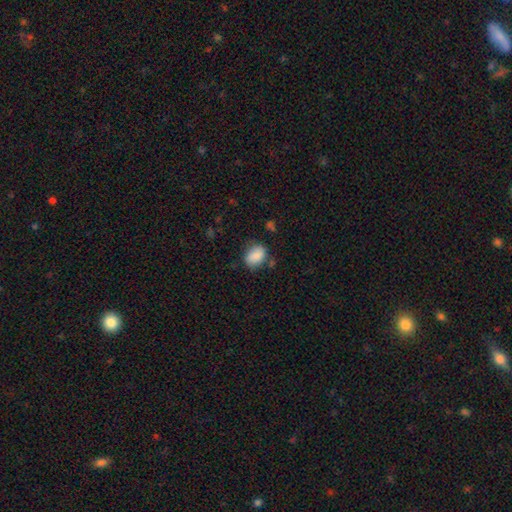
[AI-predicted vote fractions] smooth_or_featured: smooth (p=0.84) [alt: featured or disk p=0.08]
how_rounded: in between (p=0.64) [alt: round p=0.35]
merging: none (p=0.70) [alt: minor disturbance p=0.20]